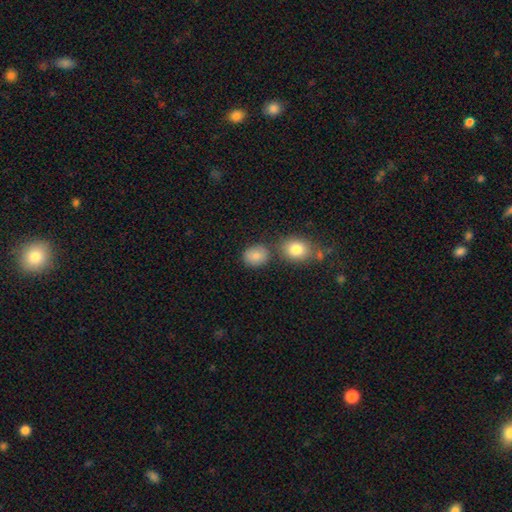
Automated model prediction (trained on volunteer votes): Smooth or featured: smooth — 85% (star or artifact — 10%)
How rounded: round — 61% (in between — 38%)
Merging: none — 72% (merger — 13%)